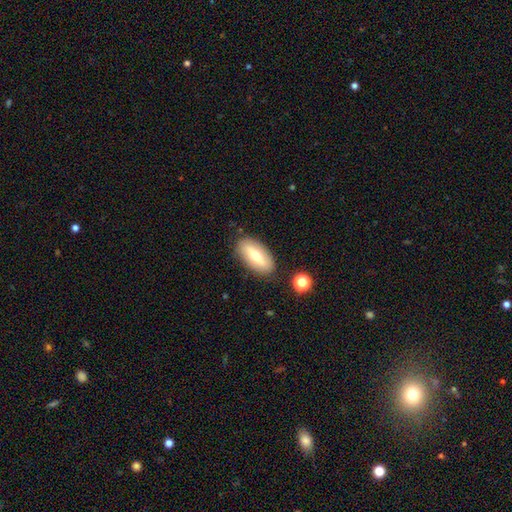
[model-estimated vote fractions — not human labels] Overall: smooth (58%; featured or disk 35%). How rounded: in between (85%). Merging: none (84%).